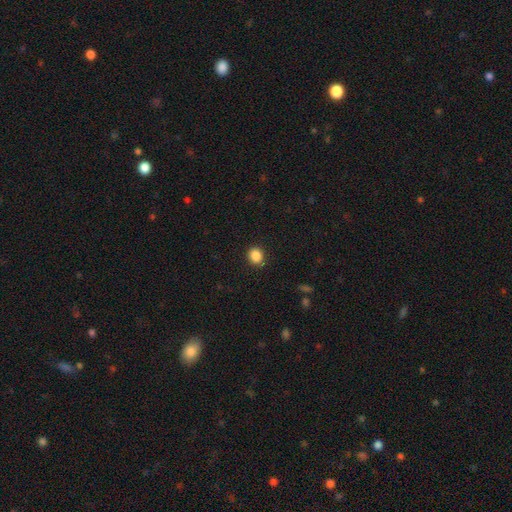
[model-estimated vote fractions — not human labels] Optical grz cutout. It shows a smooth galaxy with no disk features (87%) that is round (71%). Merging: none (85%).